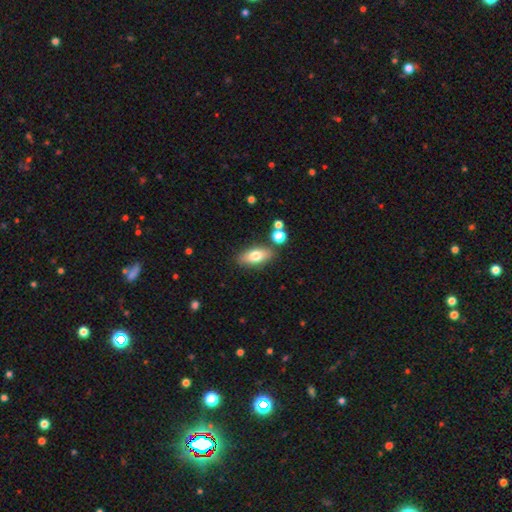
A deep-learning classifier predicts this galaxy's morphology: A smooth galaxy with no disk features (73%) that is in between round and cigar-shaped (81%). Merging: none (81%).